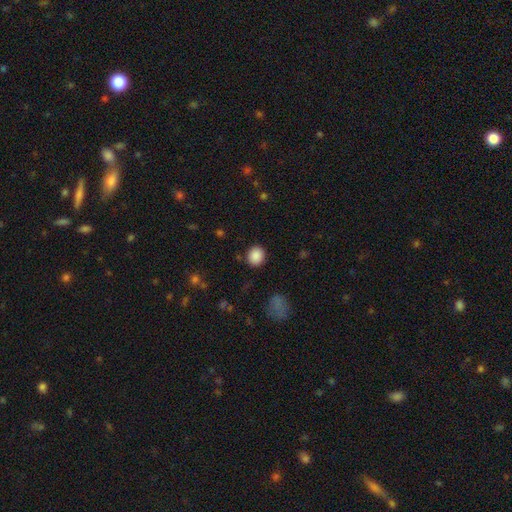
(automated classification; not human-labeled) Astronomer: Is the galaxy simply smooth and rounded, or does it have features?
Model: smooth — 88%.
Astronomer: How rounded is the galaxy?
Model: round — 80%.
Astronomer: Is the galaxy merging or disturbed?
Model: none — 88%.